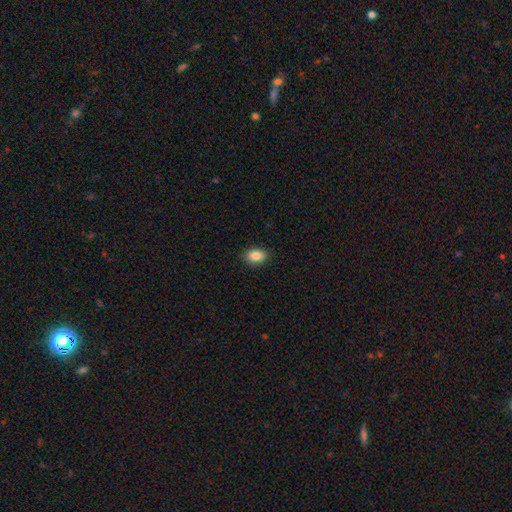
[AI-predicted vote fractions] A smooth galaxy with no disk features (87%) that is in between round and cigar-shaped (80%).

Vote fractions:
- Smooth or featured? smooth: 87% / star or artifact: 9% / featured or disk: 4%
- How rounded? in between: 80% / round: 19% / cigar-shaped: 1%
- Merging? none: 89% / minor disturbance: 8% / major disturbance: 2% / merger: 1%